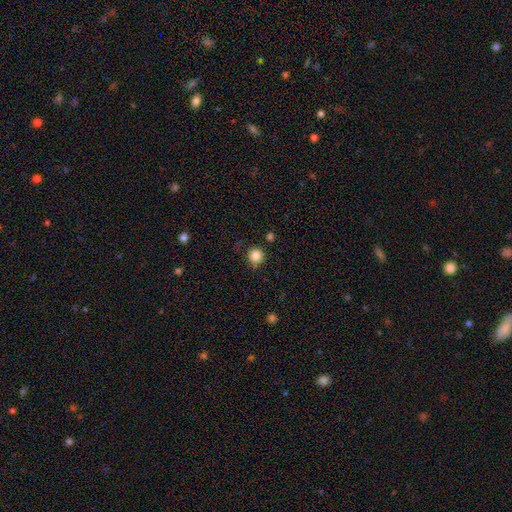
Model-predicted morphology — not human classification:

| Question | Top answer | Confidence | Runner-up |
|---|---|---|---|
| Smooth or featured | smooth | 86% | star or artifact (11%) |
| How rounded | round | 93% | in between (6%) |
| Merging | none | 83% | minor disturbance (10%) |